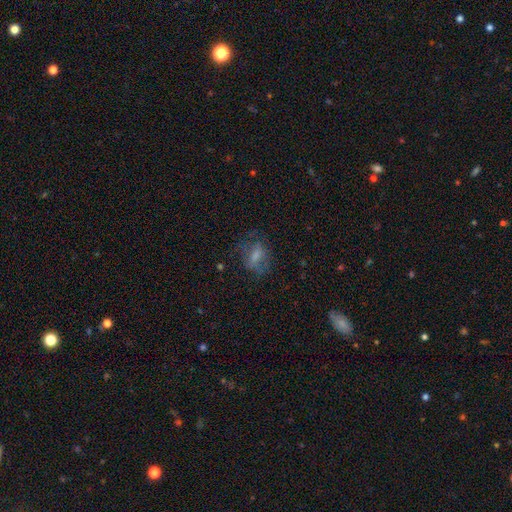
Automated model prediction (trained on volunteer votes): This is possibly a smooth galaxy (53%). How rounded: likely in between (68%). Merging: likely none (60%).